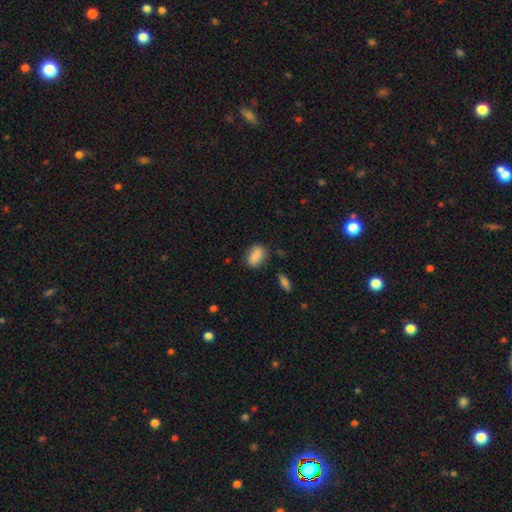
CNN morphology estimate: Q: Smooth or featured?
A: smooth (85%); runner-up: star or artifact (8%)
Q: How rounded?
A: in between (80%); runner-up: round (13%)
Q: Merging?
A: none (74%); runner-up: minor disturbance (18%)